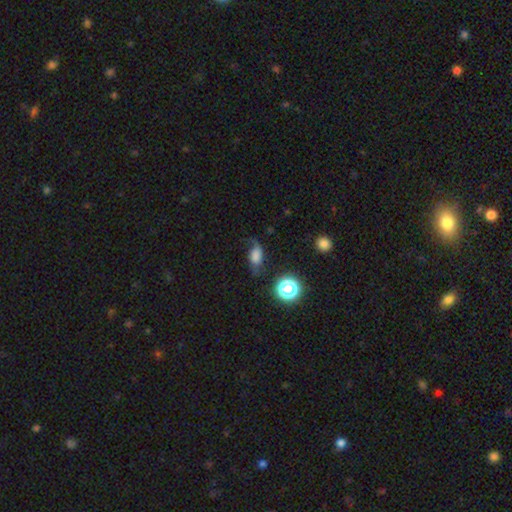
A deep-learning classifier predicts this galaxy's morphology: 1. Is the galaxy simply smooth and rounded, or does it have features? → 56% smooth, 29% featured or disk, 15% star or artifact.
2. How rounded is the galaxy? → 74% in between, 22% round, 4% cigar-shaped.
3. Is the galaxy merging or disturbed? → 47% none, 28% minor disturbance, 22% major disturbance, 3% merger.